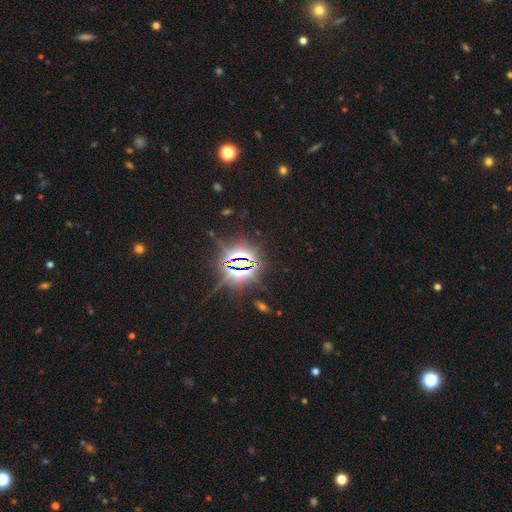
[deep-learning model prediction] A star or artifact, not a galaxy (85%).

Vote fractions:
- Smooth or featured? star or artifact: 85% / smooth: 8% / featured or disk: 7%